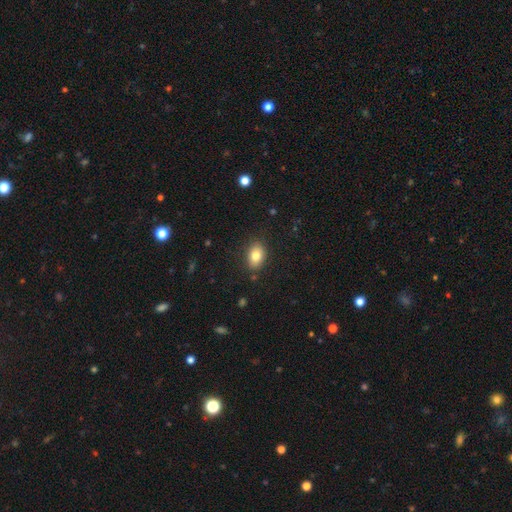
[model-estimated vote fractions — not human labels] A smooth galaxy with no disk features (81%) that is in between round and cigar-shaped (82%). Merging: none (85%).